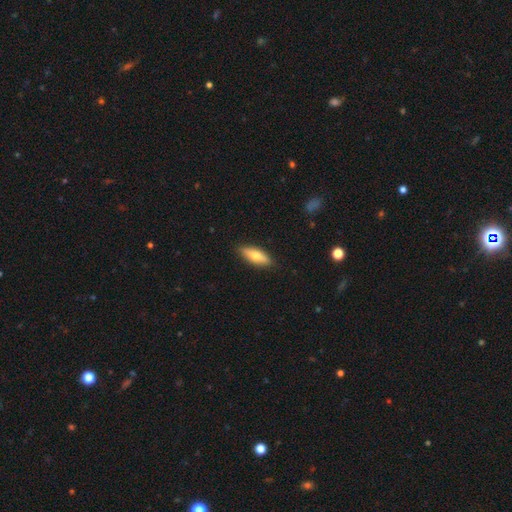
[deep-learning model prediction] This is likely a smooth galaxy (66%). How rounded: likely in between (61%). Merging: clearly none (88%).